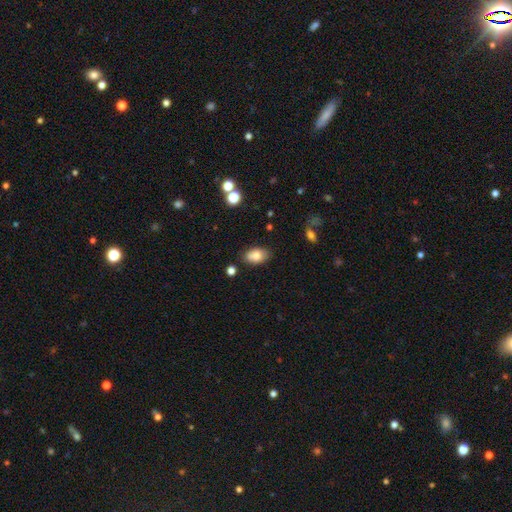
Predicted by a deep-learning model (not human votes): smooth-or-featured: smooth: 81% | featured or disk: 11% | star or artifact: 8%
  how-rounded: in between: 91% | round: 7% | cigar-shaped: 2%
  merging: none: 79% | minor disturbance: 15% | merger: 3% | major disturbance: 3%